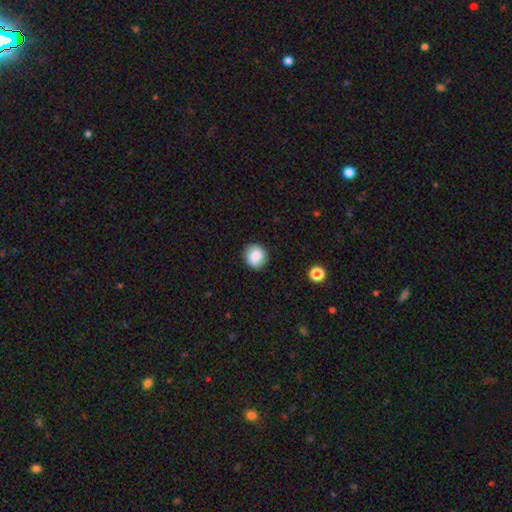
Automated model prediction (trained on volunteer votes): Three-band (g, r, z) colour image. It shows a smooth galaxy with no disk features (83%) that is round (89%). Merging: none (88%).